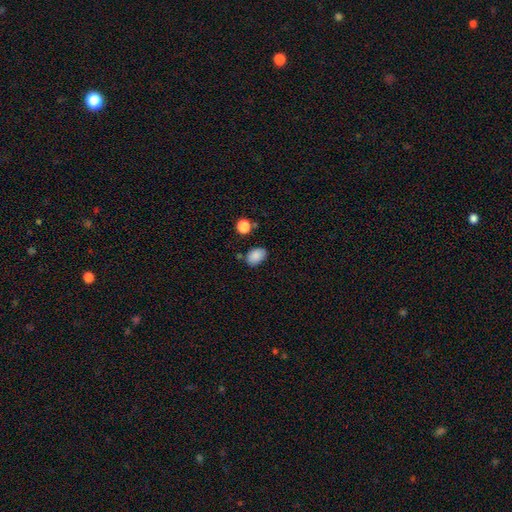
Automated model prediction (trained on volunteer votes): Smooth or featured: smooth — 86% (star or artifact — 9%)
How rounded: in between — 83% (round — 16%)
Merging: none — 74% (minor disturbance — 17%)